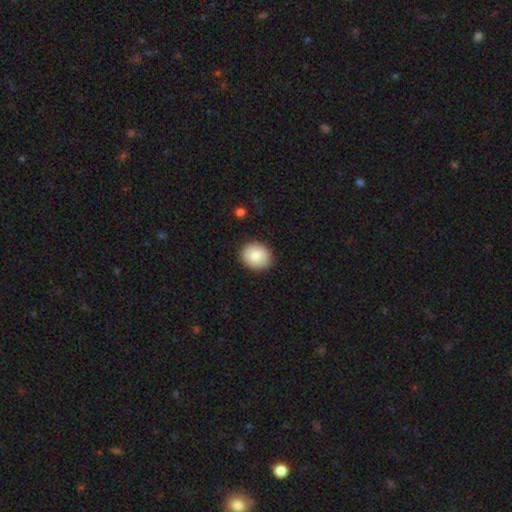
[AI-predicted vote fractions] smooth 84%, featured or disk 9%, star or artifact 7%. Down the decision tree: how rounded — round (64%); merging — none (89%).